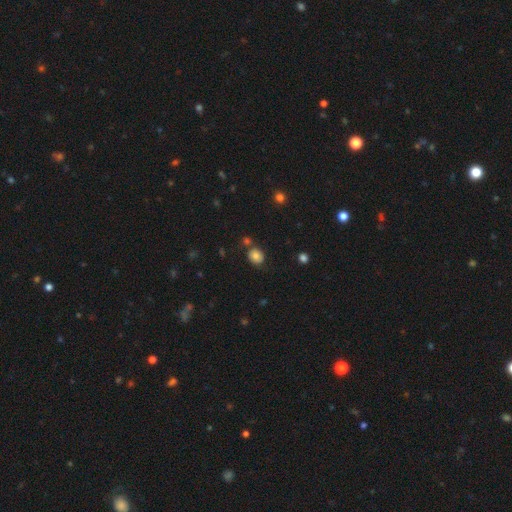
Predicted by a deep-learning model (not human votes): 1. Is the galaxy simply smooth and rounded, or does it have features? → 79% smooth, 11% star or artifact, 10% featured or disk.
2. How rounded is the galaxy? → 69% round, 30% in between, 1% cigar-shaped.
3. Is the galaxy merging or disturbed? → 74% none, 13% minor disturbance, 9% merger, 4% major disturbance.